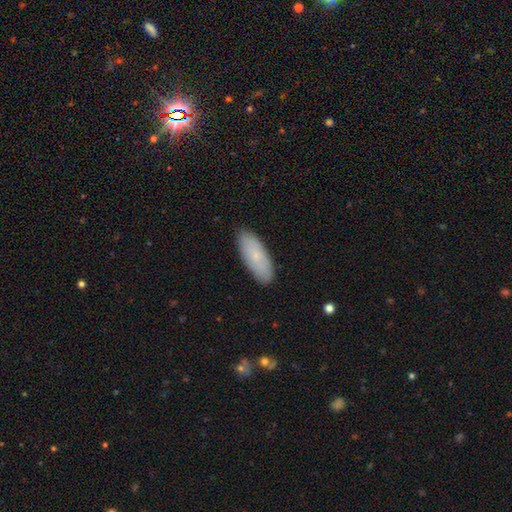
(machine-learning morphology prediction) This appears to be a smooth galaxy with no disk features (74%) that is in between round and cigar-shaped (76%). Merging: none (88%).